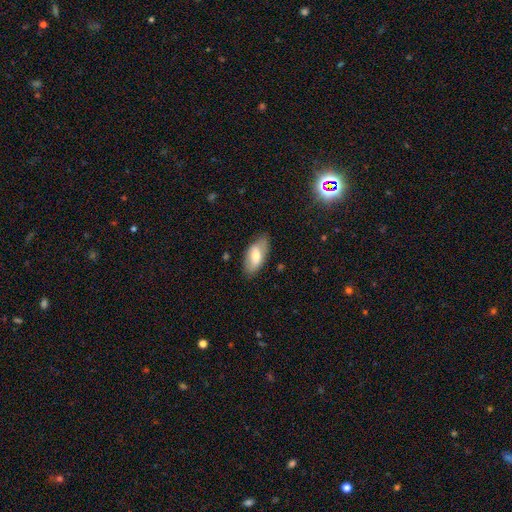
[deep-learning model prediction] Q: Smooth or featured?
A: smooth (63%); runner-up: featured or disk (31%)
Q: How rounded?
A: in between (90%); runner-up: cigar-shaped (7%)
Q: Merging?
A: none (77%); runner-up: minor disturbance (18%)